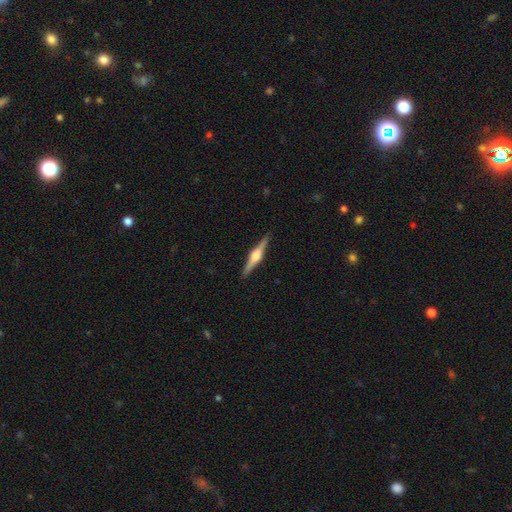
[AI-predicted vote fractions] smooth_or_featured: featured or disk (p=0.81) [alt: smooth p=0.14]
disk_edge_on: yes (p=0.98) [alt: no p=0.02]
edge_on_bulge: rounded (p=0.92) [alt: boxy p=0.06]
merging: none (p=0.92) [alt: minor disturbance p=0.06]